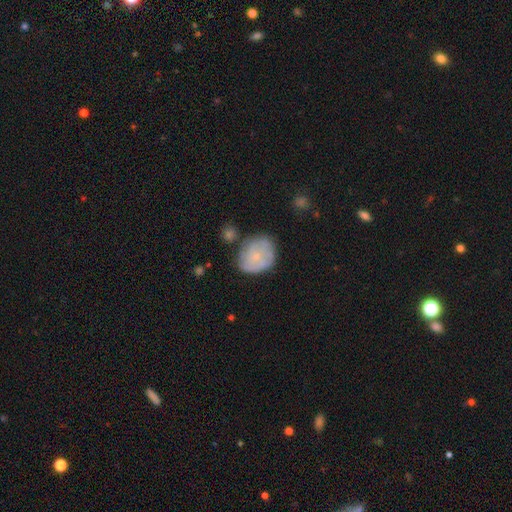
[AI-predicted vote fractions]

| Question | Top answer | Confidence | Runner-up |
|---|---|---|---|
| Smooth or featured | featured or disk | 48% | smooth (44%) |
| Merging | none | 59% | minor disturbance (26%) |